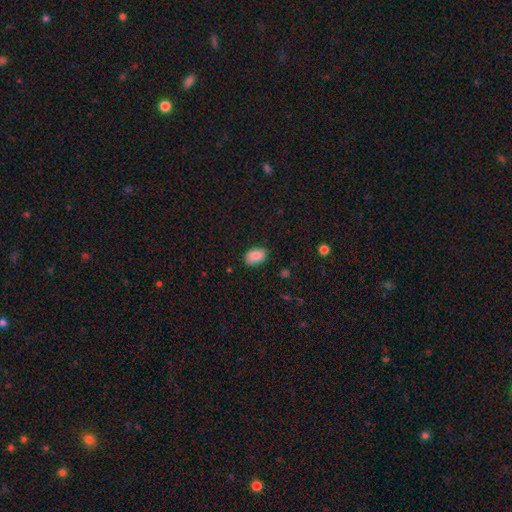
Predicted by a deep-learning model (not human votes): This is clearly a smooth galaxy (87%). How rounded: clearly in between (91%). Merging: clearly none (84%).